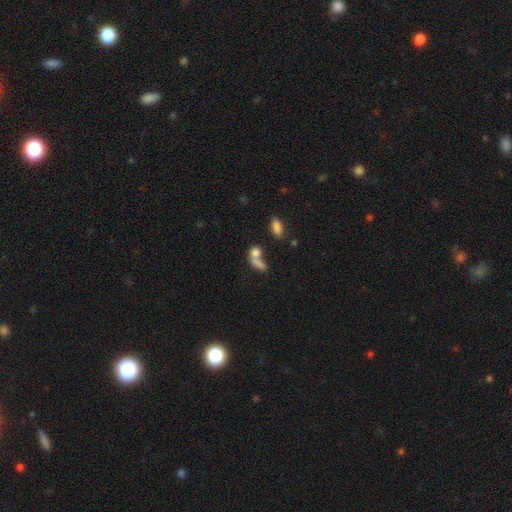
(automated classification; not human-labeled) Smooth or featured? Predicted: smooth (p=0.73). How rounded? Predicted: in between (p=0.59). Merging? Predicted: merger (p=0.52).